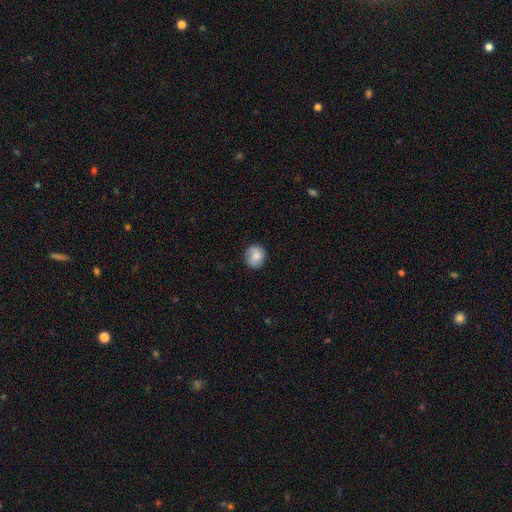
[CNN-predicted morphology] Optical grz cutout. It shows a smooth galaxy with no disk features (77%) that is round (78%). Merging: none (79%).